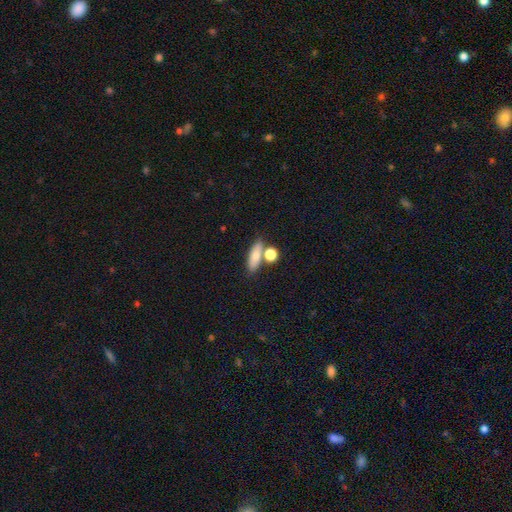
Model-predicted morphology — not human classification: This appears to be a smooth galaxy with no disk features (75%) that is in between round and cigar-shaped (53%). Merging: none (63%).